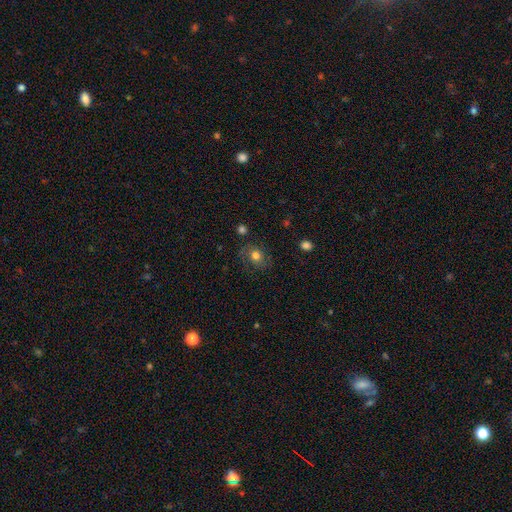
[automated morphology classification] A smooth galaxy with no disk features (68%) that is round (61%).

Vote fractions:
- Smooth or featured? smooth: 68% / featured or disk: 19% / star or artifact: 13%
- How rounded? round: 61% / in between: 38% / cigar-shaped: 1%
- Merging? none: 74% / minor disturbance: 17% / major disturbance: 7% / merger: 2%